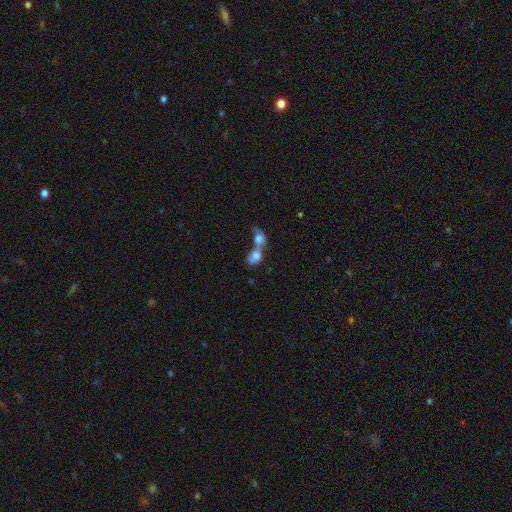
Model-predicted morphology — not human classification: A smooth galaxy with no disk features (73%) that is in between round and cigar-shaped (70%).

Vote fractions:
- Smooth or featured? smooth: 73% / featured or disk: 18% / star or artifact: 9%
- How rounded? in between: 70% / round: 27% / cigar-shaped: 3%
- Merging? merger: 81% / none: 10% / major disturbance: 4% / minor disturbance: 4%